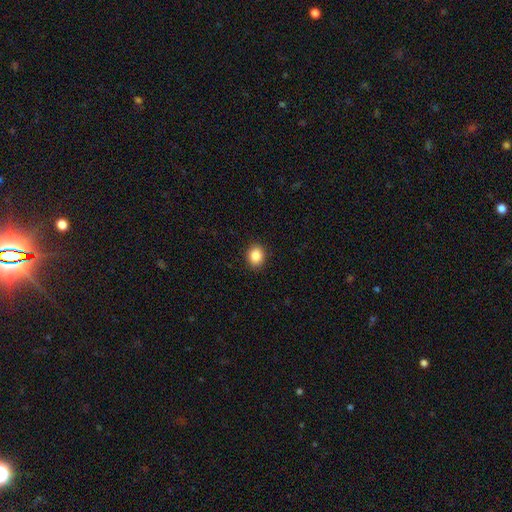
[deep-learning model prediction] Morphology: type=smooth (87%); roundness=round (56%); merging=none (90%).